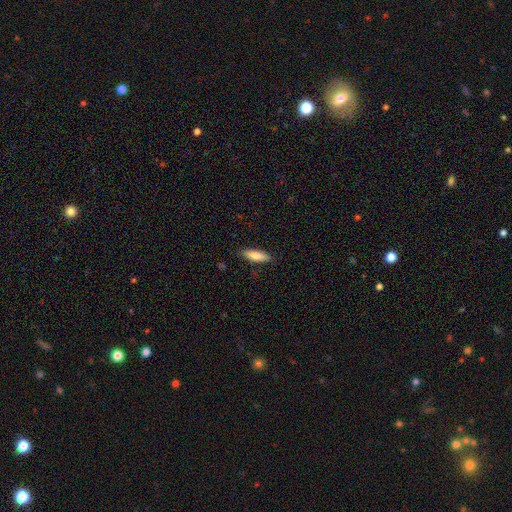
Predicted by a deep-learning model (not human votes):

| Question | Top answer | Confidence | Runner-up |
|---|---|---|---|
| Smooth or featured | smooth | 80% | featured or disk (14%) |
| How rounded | cigar-shaped | 57% | in between (41%) |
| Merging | none | 85% | minor disturbance (12%) |